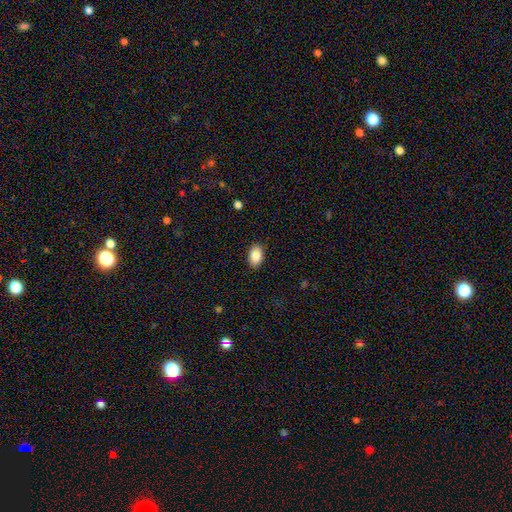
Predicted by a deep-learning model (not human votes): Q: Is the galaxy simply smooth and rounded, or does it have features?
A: smooth — 86%.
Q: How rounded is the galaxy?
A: in between — 90%.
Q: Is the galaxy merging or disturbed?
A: none — 89%.